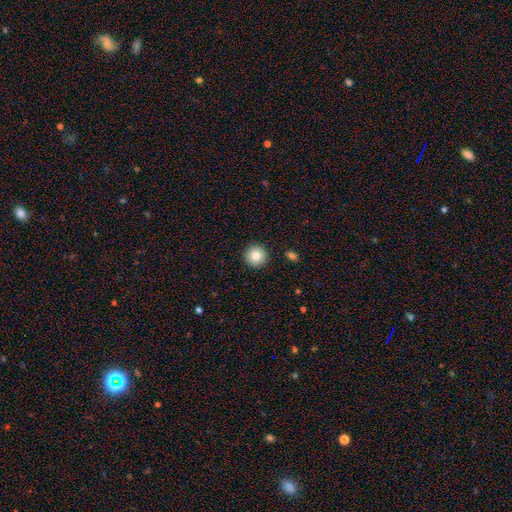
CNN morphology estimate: A smooth galaxy with no disk features (83%) that is round (96%). Merging: none (92%).